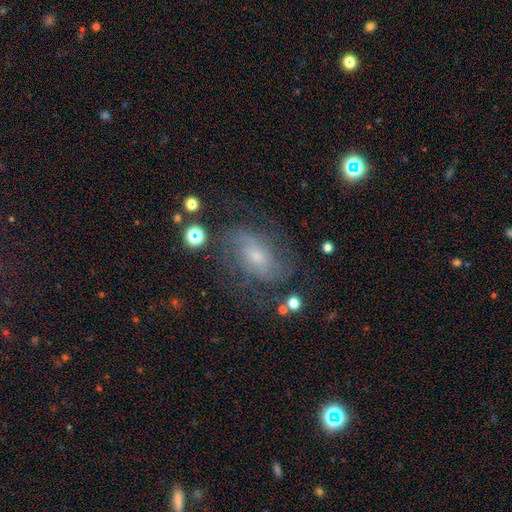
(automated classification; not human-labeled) This is likely a featured or disk galaxy (70%). It is clearly not viewed edge-on (96%). Bar: possibly no (50%). Spiral arm pattern: clearly yes (88%). Spiral arm count: marginally 2 (42%). Spiral winding: marginally medium (43%). Central bulge: possibly small (57%). Merging: likely none (65%).